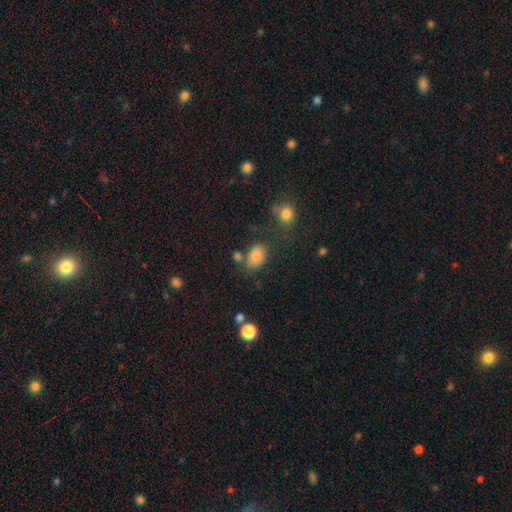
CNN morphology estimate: type=smooth (80%); roundness=in between (78%); merging=none (66%).